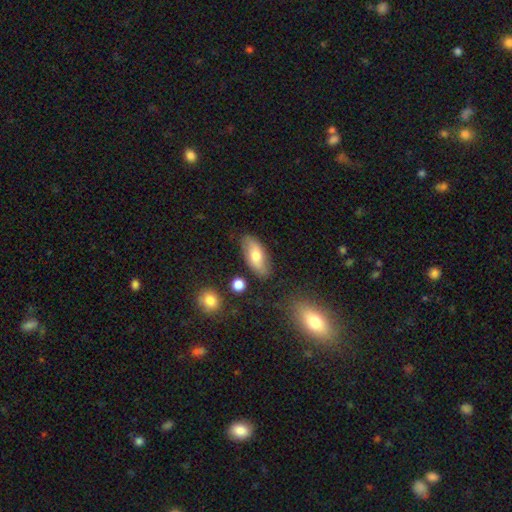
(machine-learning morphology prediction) Q: Smooth or featured?
A: smooth (66%); runner-up: featured or disk (27%)
Q: How rounded?
A: in between (85%); runner-up: cigar-shaped (11%)
Q: Merging?
A: none (81%); runner-up: minor disturbance (13%)